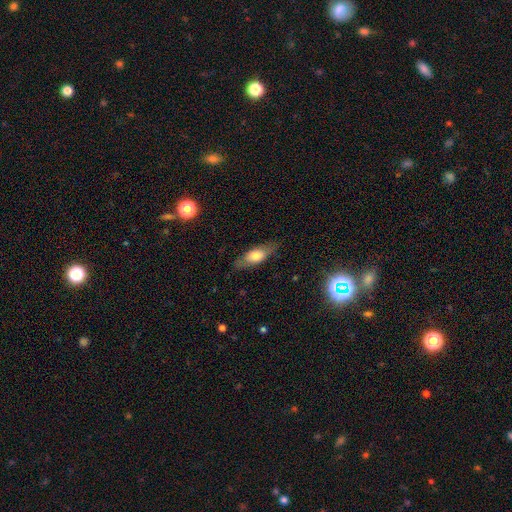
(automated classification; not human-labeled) Overall: smooth (62%; featured or disk 31%). How rounded: in between (67%; cigar-shaped 29%). Merging: none (80%).